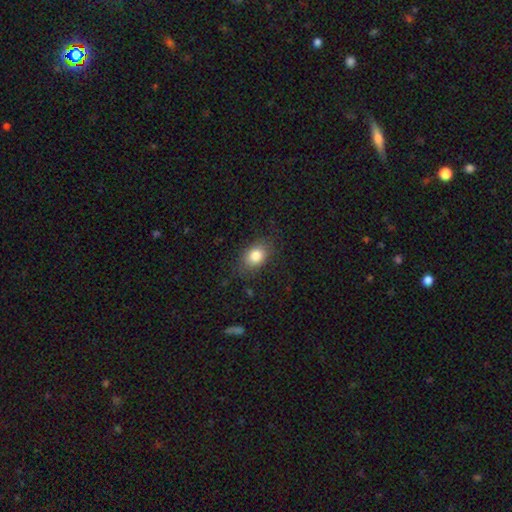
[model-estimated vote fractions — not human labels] A smooth galaxy with no disk features (82%) that is in between round and cigar-shaped (71%). Merging: none (79%).